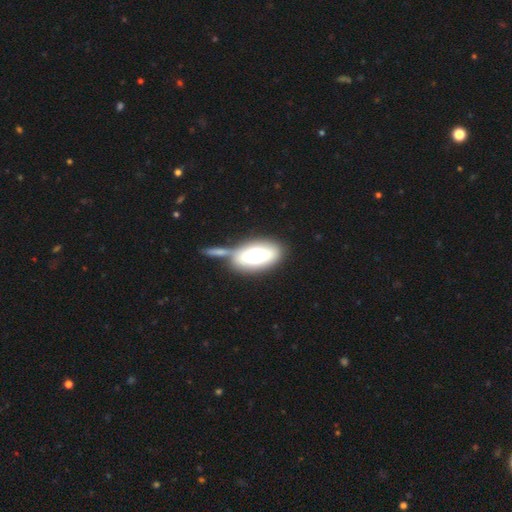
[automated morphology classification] This appears to be a smooth galaxy with no disk features (58%) that is in between round and cigar-shaped (87%). Merging: none (48%).